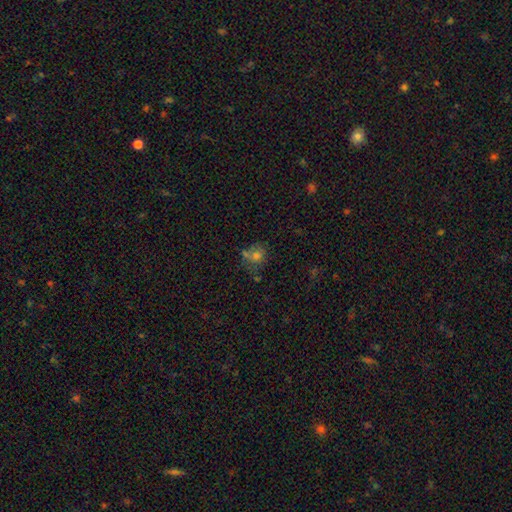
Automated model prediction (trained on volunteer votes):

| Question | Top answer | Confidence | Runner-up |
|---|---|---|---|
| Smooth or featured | smooth | 63% | star or artifact (21%) |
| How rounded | round | 73% | in between (26%) |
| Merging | none | 52% | merger (19%) |